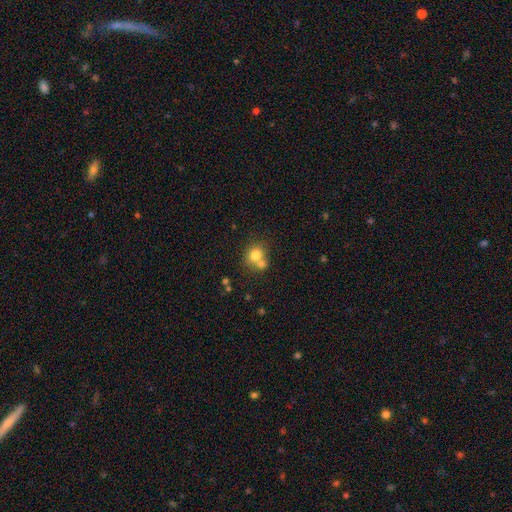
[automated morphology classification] Smooth or featured: smooth — 77% (featured or disk — 12%)
How rounded: round — 77% (in between — 22%)
Merging: none — 47% (merger — 42%)